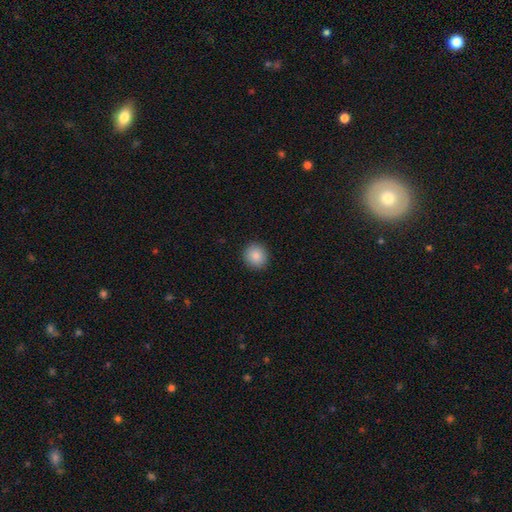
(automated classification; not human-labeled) Smooth or featured? Predicted: smooth (p=0.86). How rounded? Predicted: round (p=0.86). Merging? Predicted: none (p=0.92).